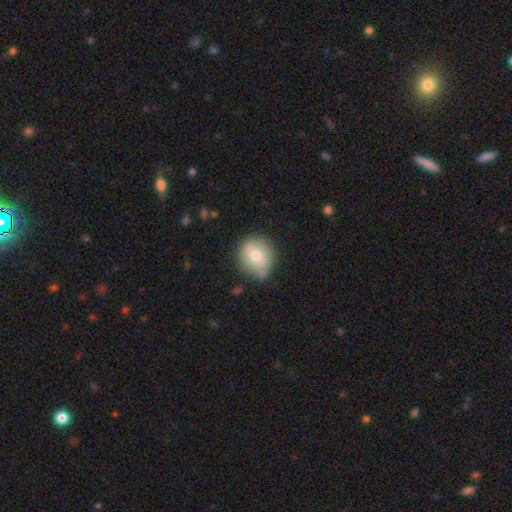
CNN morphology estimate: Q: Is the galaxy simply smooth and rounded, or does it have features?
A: smooth — 73%.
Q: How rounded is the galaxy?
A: round — 82%.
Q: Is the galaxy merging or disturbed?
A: none — 65%.